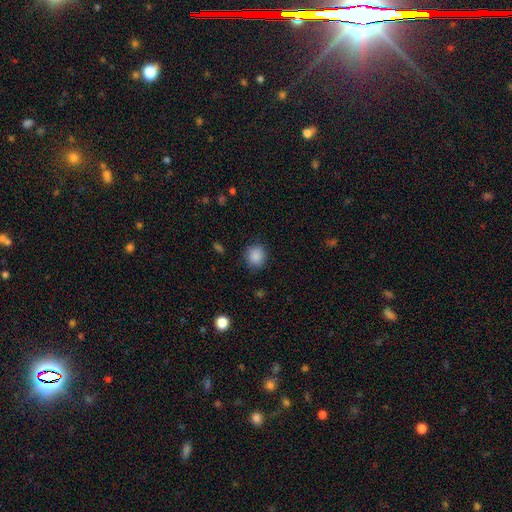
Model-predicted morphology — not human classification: smooth 87%, star or artifact 9%, featured or disk 4%. Down the decision tree: how rounded — round (82%); merging — none (84%).